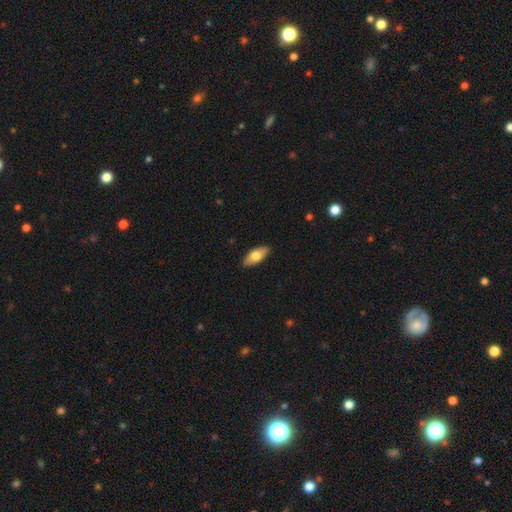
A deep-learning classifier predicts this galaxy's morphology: This is likely a smooth galaxy (73%). How rounded: clearly in between (83%). Merging: clearly none (88%).